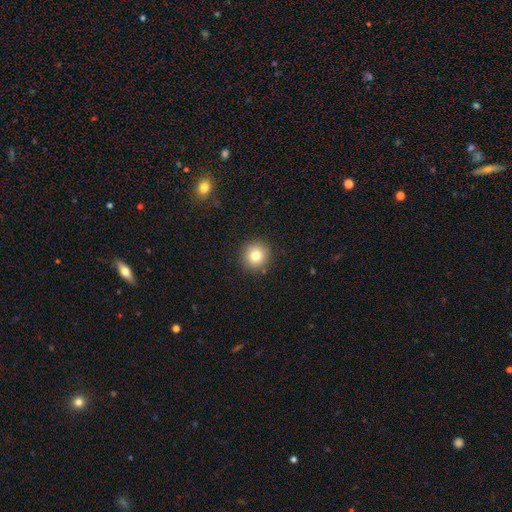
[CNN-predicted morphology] smooth-or-featured: smooth: 80% | star or artifact: 11% | featured or disk: 9%
  how-rounded: round: 95% | in between: 4% | cigar-shaped: 1%
  merging: none: 90% | minor disturbance: 6% | major disturbance: 2% | merger: 1%